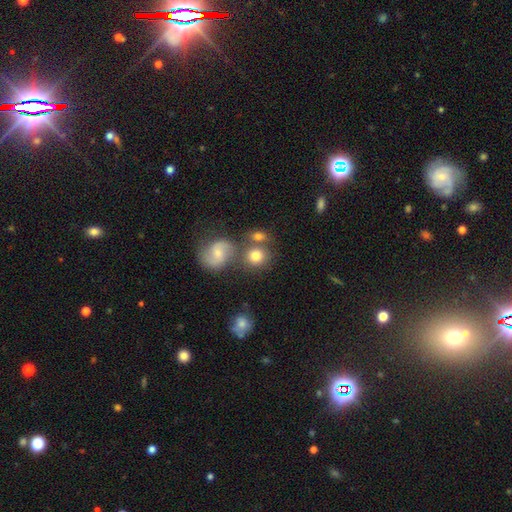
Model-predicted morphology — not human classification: smooth 75%, featured or disk 16%, star or artifact 9%. Down the decision tree: how rounded — round (80%); merging — none (59%).